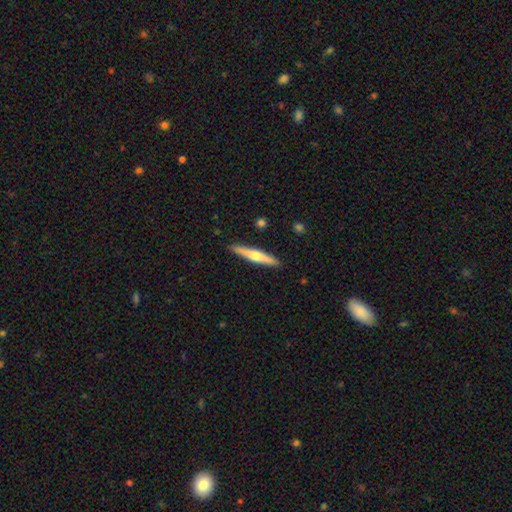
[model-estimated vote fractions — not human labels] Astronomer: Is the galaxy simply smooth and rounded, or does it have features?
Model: featured or disk — 48% (runner-up: smooth, 47%).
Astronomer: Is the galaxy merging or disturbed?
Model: none — 90%.